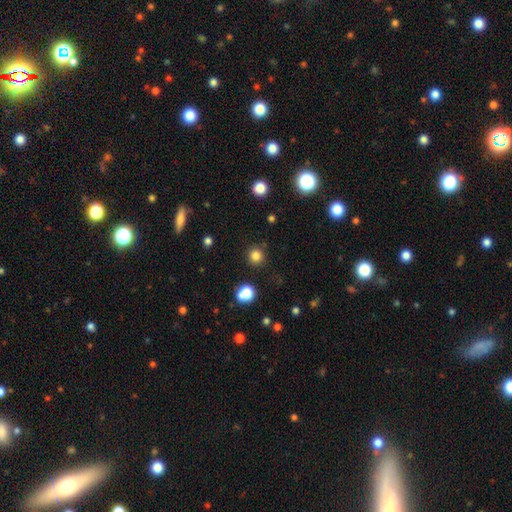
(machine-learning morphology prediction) Smooth or featured? Predicted: smooth (p=0.81). How rounded? Predicted: round (p=0.94). Merging? Predicted: none (p=0.89).